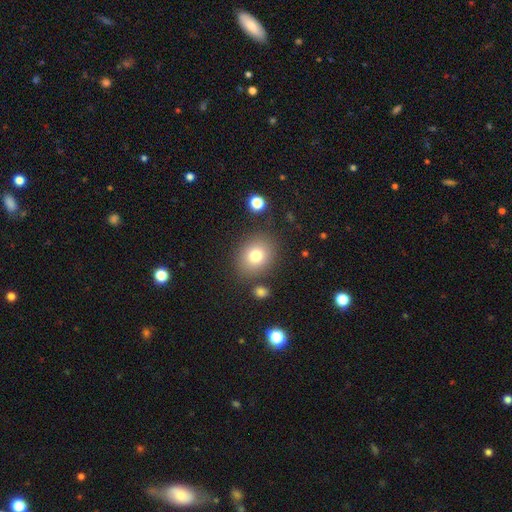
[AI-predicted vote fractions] Smooth or featured? smooth (80%)
How rounded? round (57%)
Merging? none (80%)